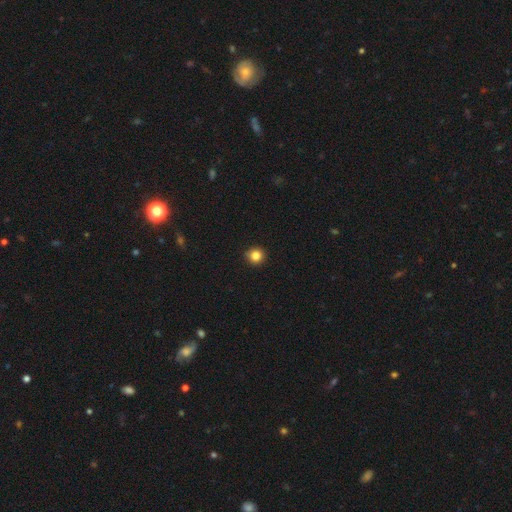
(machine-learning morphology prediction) A smooth galaxy with no disk features (84%) that is round (93%).

Vote fractions:
- Smooth or featured? smooth: 84% / star or artifact: 12% / featured or disk: 4%
- How rounded? round: 93% / in between: 6% / cigar-shaped: 1%
- Merging? none: 92% / minor disturbance: 6% / major disturbance: 2% / merger: 1%